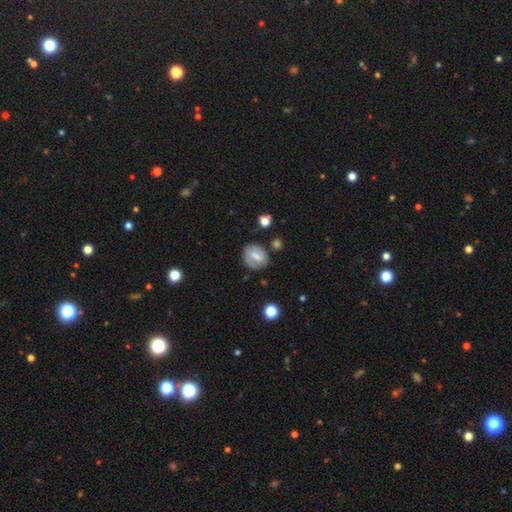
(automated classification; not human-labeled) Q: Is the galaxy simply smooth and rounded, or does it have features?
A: smooth — 53%.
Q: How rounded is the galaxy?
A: round — 62%.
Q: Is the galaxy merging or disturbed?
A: none — 72%.